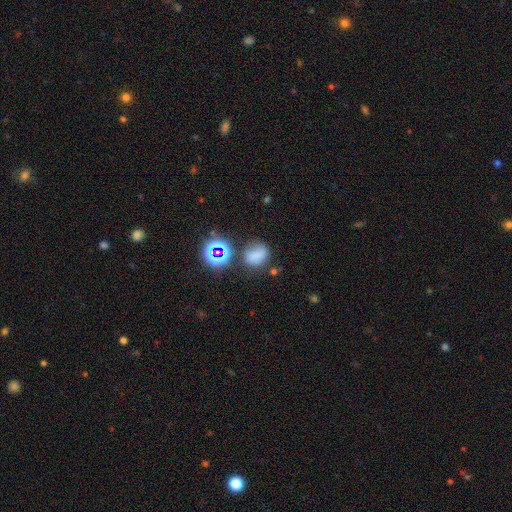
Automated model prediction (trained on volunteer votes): This appears to be a smooth galaxy with no disk features (68%) that is round (56%). Merging: none (65%).